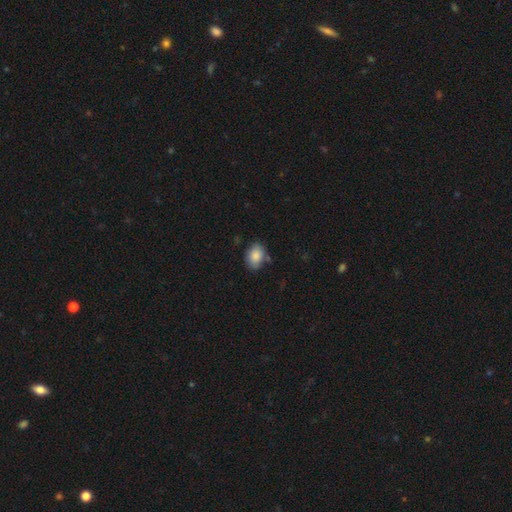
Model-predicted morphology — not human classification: The model was most divided on "merging": none: 75%, minor disturbance: 17%, merger: 4%, major disturbance: 4%. More confident: smooth or featured — smooth (86%); how rounded — in between (78%).